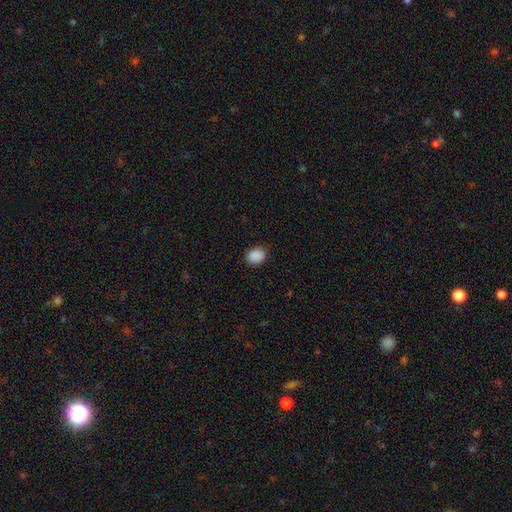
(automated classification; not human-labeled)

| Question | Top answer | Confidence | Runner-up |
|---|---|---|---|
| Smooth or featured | smooth | 89% | star or artifact (8%) |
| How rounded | in between | 54% | round (45%) |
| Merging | none | 88% | minor disturbance (9%) |